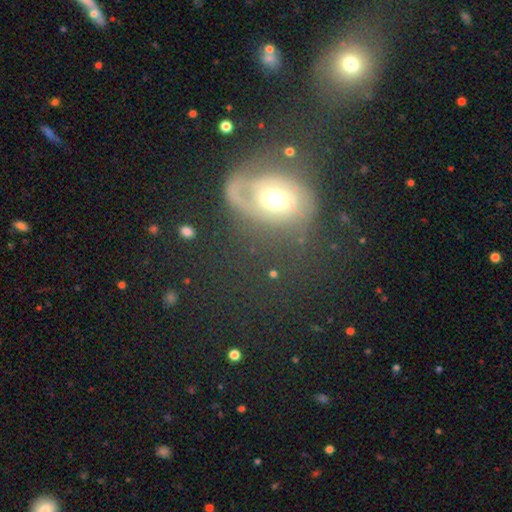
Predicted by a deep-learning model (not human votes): featured or disk 61%, smooth 25%, star or artifact 14%. Down the decision tree: edge-on disk — no (96%); bar — no (59%); spiral arms — yes (70%); bulge size — moderate (66%); merging — none (45%).